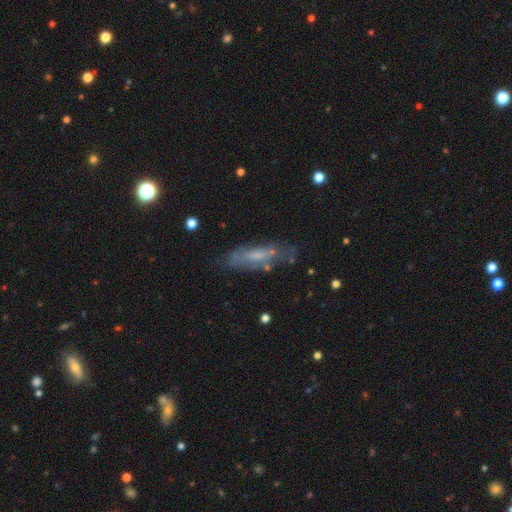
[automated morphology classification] Smooth or featured: smooth — 46% (featured or disk — 45%)
Merging: none — 62% (minor disturbance — 23%)